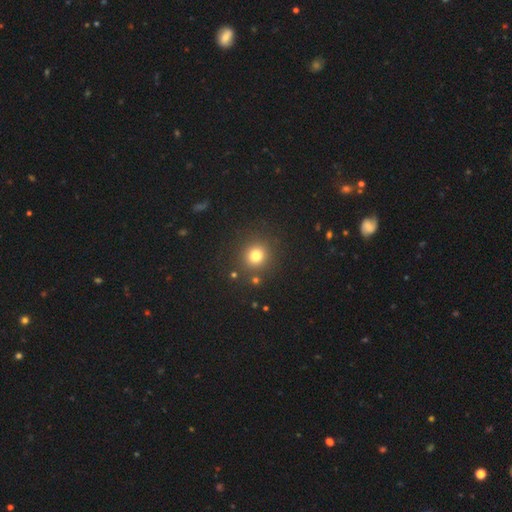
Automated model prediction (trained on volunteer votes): Smooth or featured? Predicted: smooth (p=0.77). How rounded? Predicted: round (p=0.90). Merging? Predicted: none (p=0.87).